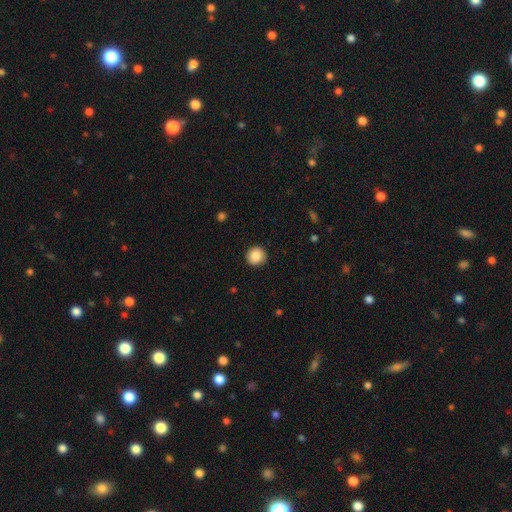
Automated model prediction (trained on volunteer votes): This appears to be a smooth galaxy with no disk features (88%) that is round (95%). Merging: none (90%).